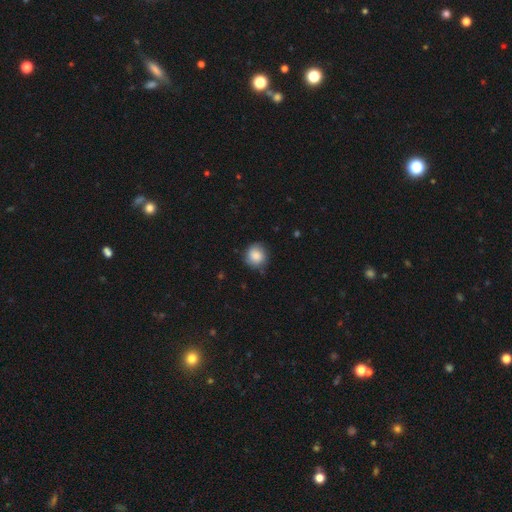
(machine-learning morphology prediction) The model was most divided on "merging": none: 78%, minor disturbance: 17%, major disturbance: 3%, merger: 1%. More confident: how rounded — round (87%); smooth or featured — smooth (84%).